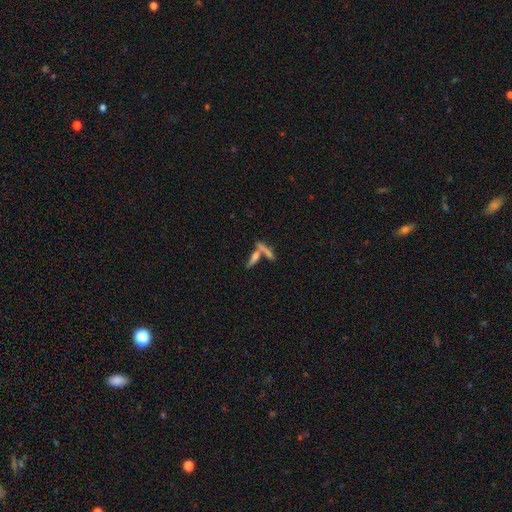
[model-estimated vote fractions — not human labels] This appears to be a smooth galaxy with no disk features (53%) that is cigar-shaped (74%). Merging: none (44%).